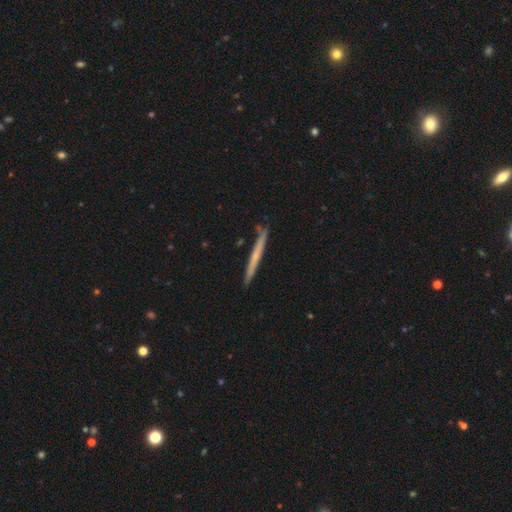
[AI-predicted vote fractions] A featured or disk galaxy (50%) viewed edge-on (96%). Merging: none (86%).